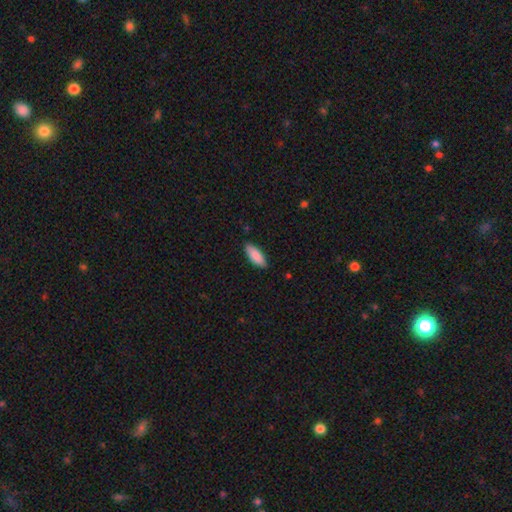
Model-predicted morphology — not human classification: Smooth or featured?
  - smooth: 88% *
  - featured or disk: 7%
  - star or artifact: 6%
How rounded?
  - in between: 75% *
  - cigar-shaped: 24%
  - round: 2%
Merging?
  - none: 87% *
  - minor disturbance: 10%
  - major disturbance: 2%
  - merger: 1%